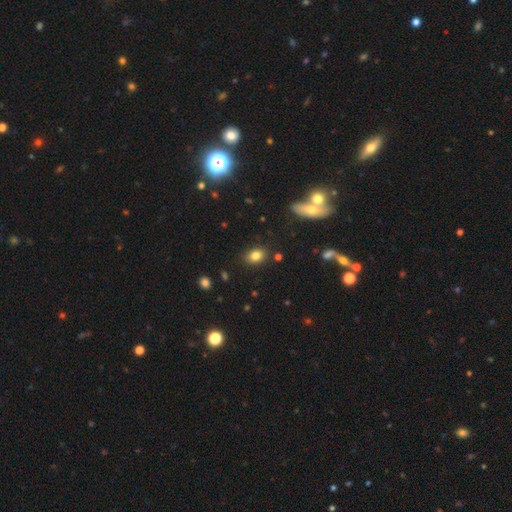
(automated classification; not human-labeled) Smooth or featured? smooth (82%)
How rounded? in between (70%)
Merging? none (84%)